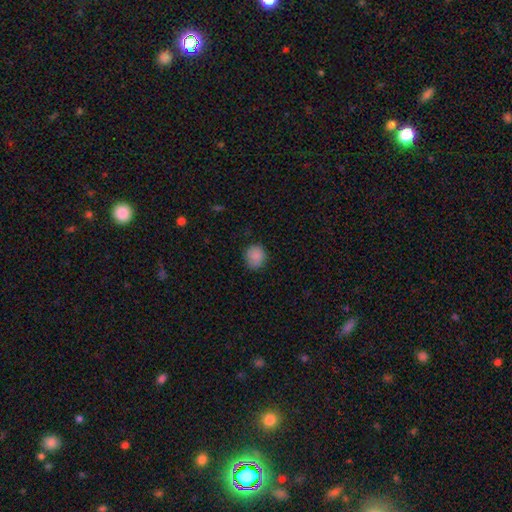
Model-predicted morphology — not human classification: A smooth galaxy with no disk features (86%) that is round (79%). Merging: none (80%).